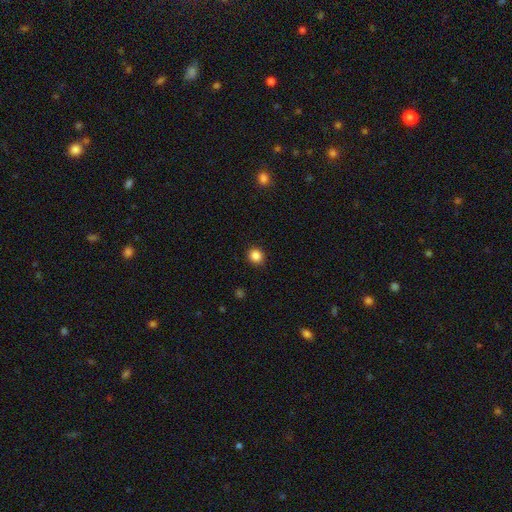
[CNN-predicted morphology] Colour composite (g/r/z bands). It shows a smooth galaxy with no disk features (86%) that is round (88%). Merging: none (91%).